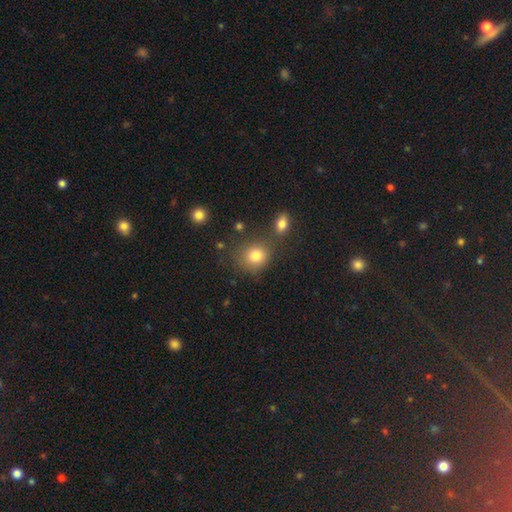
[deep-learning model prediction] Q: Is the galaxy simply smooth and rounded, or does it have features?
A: smooth — 81%.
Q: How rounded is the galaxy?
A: round — 77%.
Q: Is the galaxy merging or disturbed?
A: none — 69%.